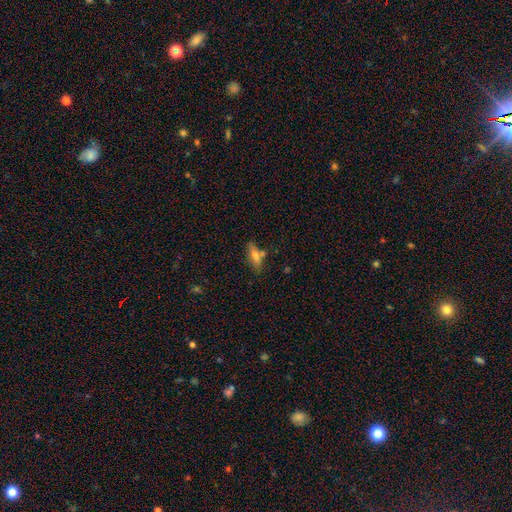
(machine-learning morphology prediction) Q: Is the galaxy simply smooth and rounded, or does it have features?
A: smooth — 64%.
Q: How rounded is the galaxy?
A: in between — 58%.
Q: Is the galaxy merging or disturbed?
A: none — 64%.